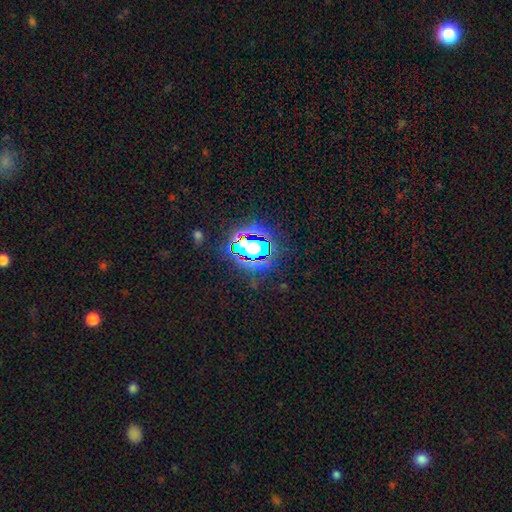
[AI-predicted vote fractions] smooth-or-featured: star or artifact: 79% | smooth: 13% | featured or disk: 8%